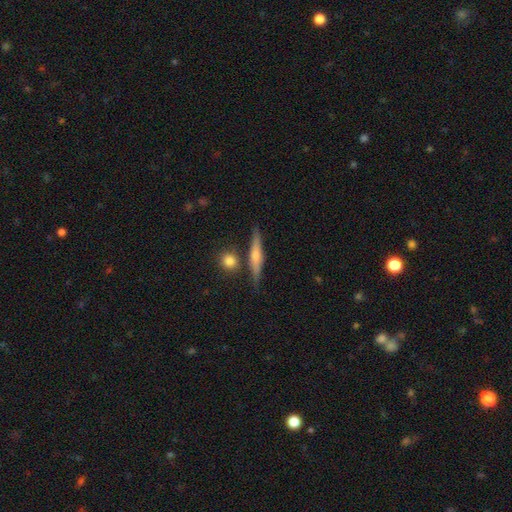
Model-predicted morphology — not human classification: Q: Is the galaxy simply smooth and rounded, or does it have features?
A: featured or disk — 54%.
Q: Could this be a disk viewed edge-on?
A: yes — 94%.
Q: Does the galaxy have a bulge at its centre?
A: rounded — 73%.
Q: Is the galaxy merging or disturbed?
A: none — 78%.